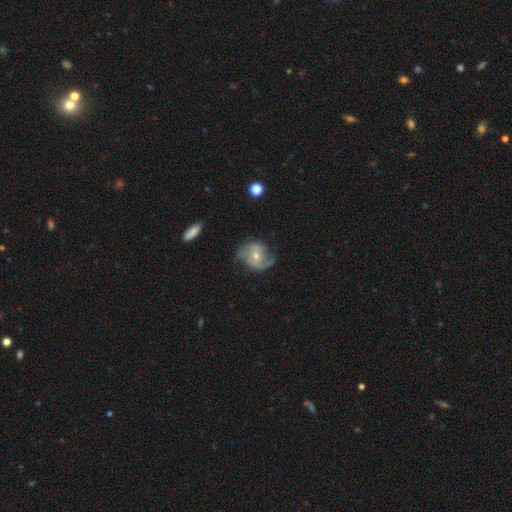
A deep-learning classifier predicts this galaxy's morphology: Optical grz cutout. It shows a featured or disk galaxy (82%) with no bar (56%), 2 (84%) medium (47%) spiral arms (94%) and a moderate central bulge (51%). Merging: none (68%).